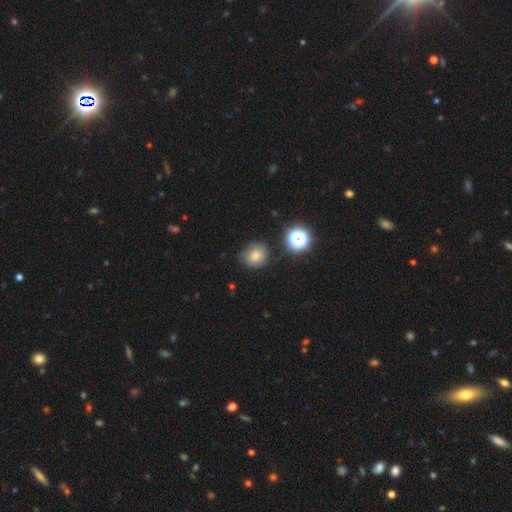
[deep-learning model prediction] A smooth galaxy with no disk features (65%) that is round (76%). Merging: none (68%).